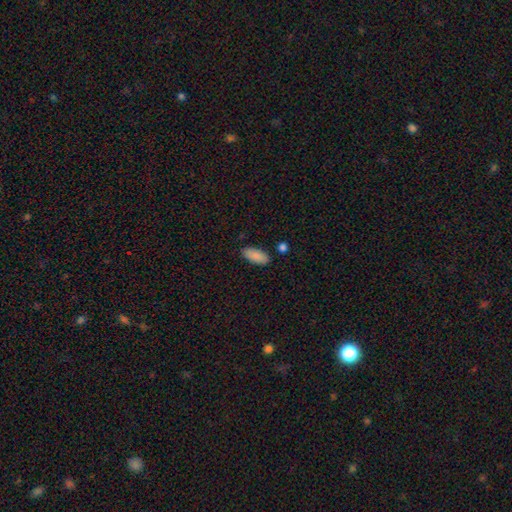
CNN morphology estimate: smooth-or-featured: smooth: 88% | star or artifact: 7% | featured or disk: 5%
  how-rounded: in between: 86% | cigar-shaped: 12% | round: 2%
  merging: none: 82% | minor disturbance: 12% | merger: 3% | major disturbance: 2%